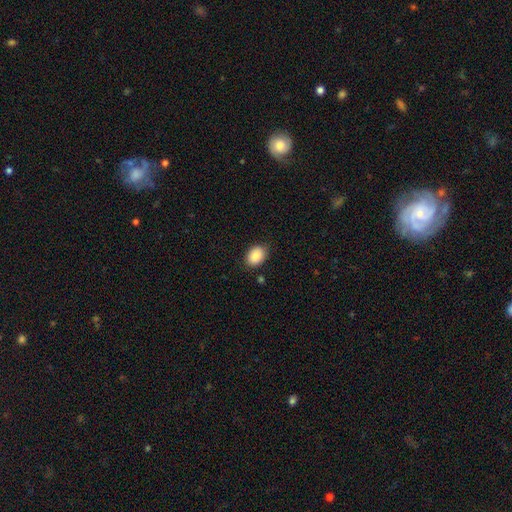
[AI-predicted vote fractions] A smooth galaxy with no disk features (87%) that is in between round and cigar-shaped (76%).

Vote fractions:
- Smooth or featured? smooth: 87% / star or artifact: 8% / featured or disk: 6%
- How rounded? in between: 76% / round: 23% / cigar-shaped: 1%
- Merging? none: 85% / minor disturbance: 11% / major disturbance: 2% / merger: 2%